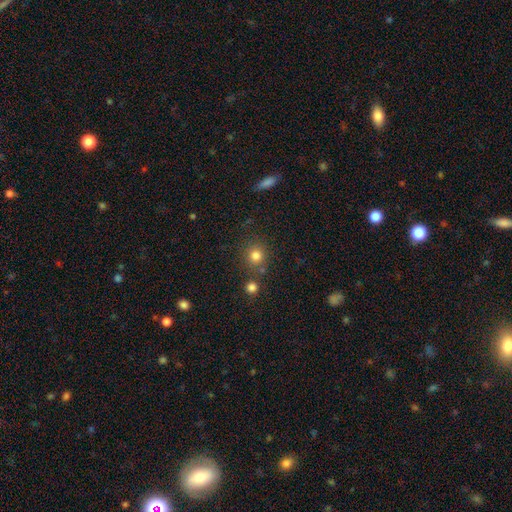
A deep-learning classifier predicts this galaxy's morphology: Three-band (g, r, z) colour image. It shows a smooth galaxy with no disk features (80%) that is round (89%). Merging: none (76%).